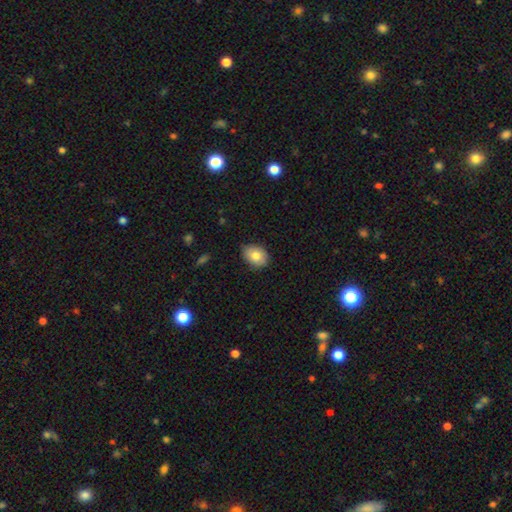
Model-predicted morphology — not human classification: Overall: smooth (81%). How rounded: in between (72%). Merging: none (80%).